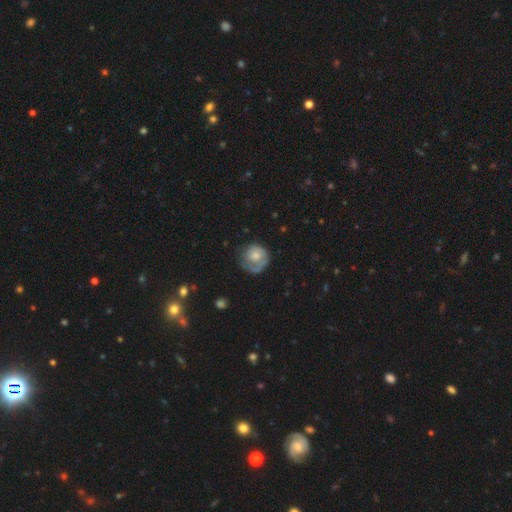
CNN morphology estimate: Overall: smooth (56%; featured or disk 37%). How rounded: round (85%). Merging: none (55%; minor disturbance 24%).